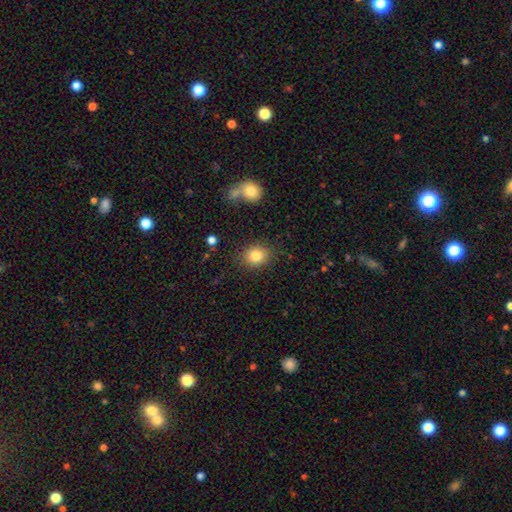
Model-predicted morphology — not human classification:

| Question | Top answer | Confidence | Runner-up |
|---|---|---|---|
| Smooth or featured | smooth | 83% | star or artifact (10%) |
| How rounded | round | 63% | in between (37%) |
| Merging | none | 85% | minor disturbance (9%) |